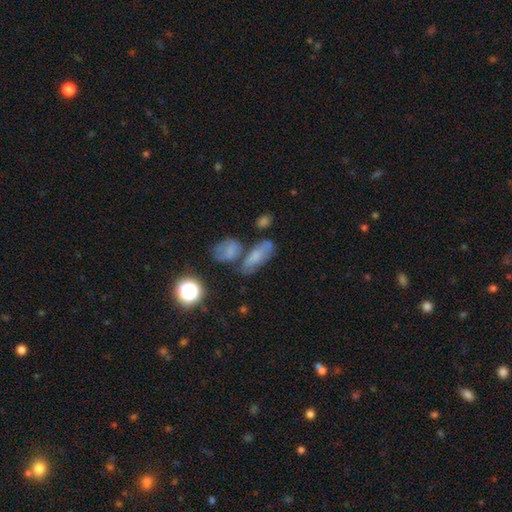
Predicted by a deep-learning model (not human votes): Smooth or featured? smooth (47%)
Merging? none (50%)